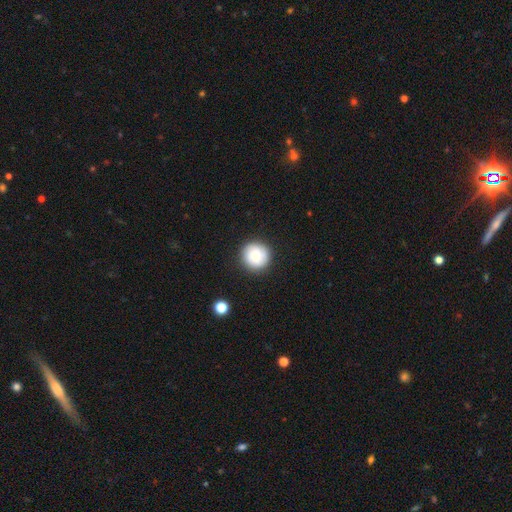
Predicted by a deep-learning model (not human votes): A smooth galaxy with no disk features (80%) that is round (95%). Merging: none (89%).